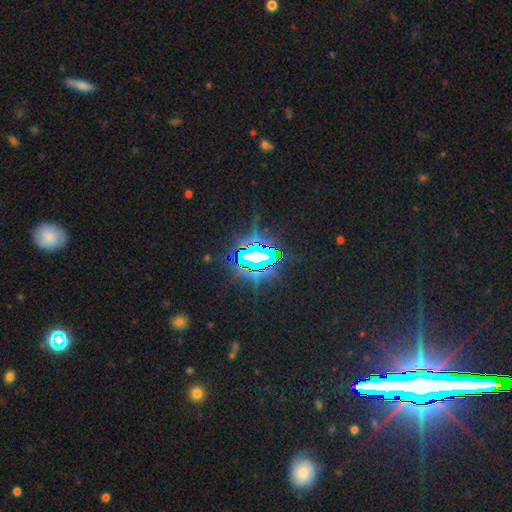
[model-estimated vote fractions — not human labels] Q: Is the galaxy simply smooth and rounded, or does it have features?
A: star or artifact — 75%.